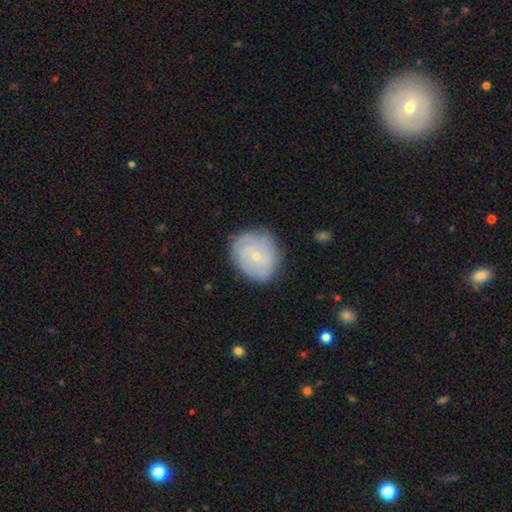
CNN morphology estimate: This is possibly a featured or disk galaxy (49%). Merging: likely none (77%).